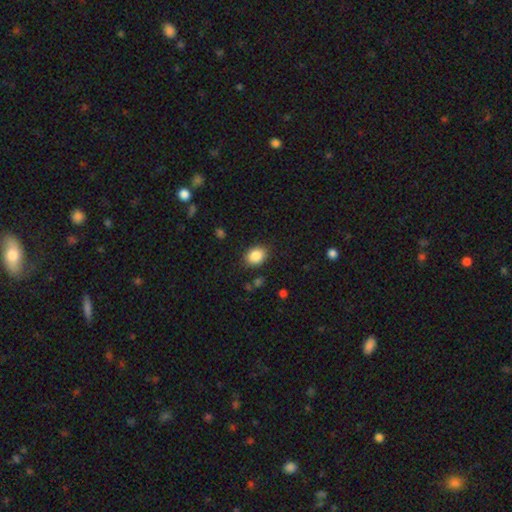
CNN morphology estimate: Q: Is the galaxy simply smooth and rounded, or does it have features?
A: smooth — 87%.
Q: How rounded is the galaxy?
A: in between — 57%.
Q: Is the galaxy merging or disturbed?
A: none — 84%.